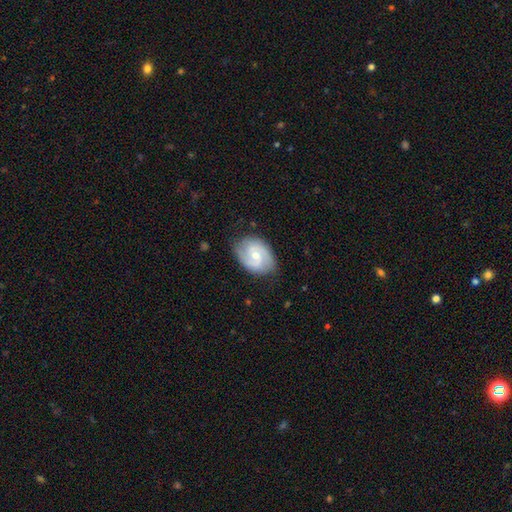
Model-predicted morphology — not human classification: Smooth or featured?
  - featured or disk: 76% *
  - smooth: 19%
  - star or artifact: 5%
Edge-on disk?
  - no: 97% *
  - yes: 3%
Bar?
  - weak: 48% *
  - no: 45%
  - strong: 8%
Spiral arms?
  - yes: 94% *
  - no: 6%
Spiral winding?
  - medium: 50% *
  - tight: 35%
  - loose: 15%
Spiral arm count?
  - 2: 85% *
  - can't tell: 7%
  - 3: 4%
  - 1: 2%
  - 4: 1%
  - more than 4: 1%
Bulge size?
  - moderate: 50% *
  - small: 46%
  - large: 2%
  - none: 2%
  - dominant: 1%
Merging?
  - none: 79% *
  - minor disturbance: 16%
  - major disturbance: 4%
  - merger: 1%